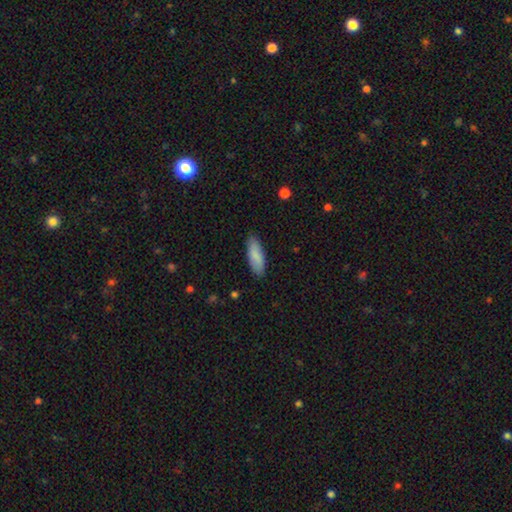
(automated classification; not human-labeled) This is clearly a smooth galaxy (87%). How rounded: likely in between (62%). Merging: clearly none (85%).